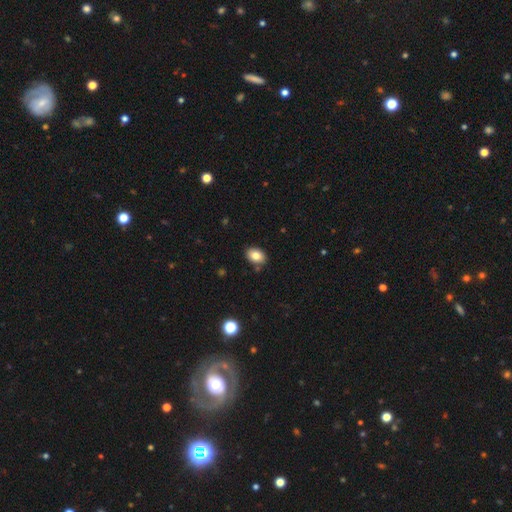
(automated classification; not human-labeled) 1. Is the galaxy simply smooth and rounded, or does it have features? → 82% smooth, 9% featured or disk, 9% star or artifact.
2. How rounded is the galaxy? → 79% in between, 20% round, 1% cigar-shaped.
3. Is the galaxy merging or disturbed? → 85% none, 10% minor disturbance, 3% merger, 2% major disturbance.